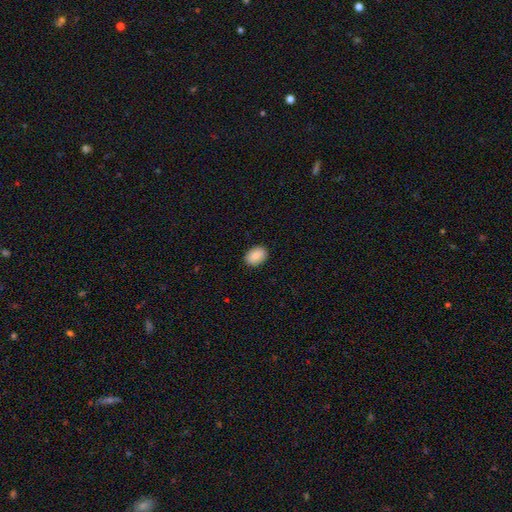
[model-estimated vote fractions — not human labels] Smooth or featured? smooth (87%)
How rounded? in between (79%)
Merging? none (90%)